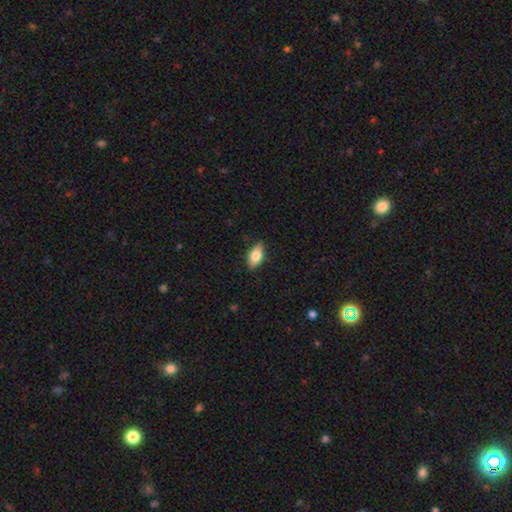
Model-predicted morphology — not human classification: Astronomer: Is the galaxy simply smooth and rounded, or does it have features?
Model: smooth — 73%.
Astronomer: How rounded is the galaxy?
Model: in between — 87%.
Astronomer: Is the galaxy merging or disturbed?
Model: none — 86%.